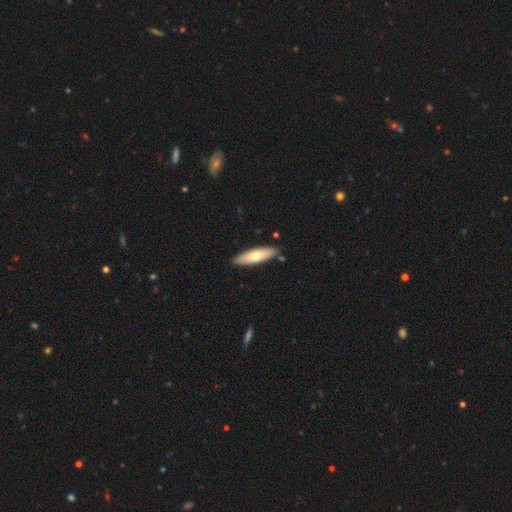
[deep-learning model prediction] A smooth galaxy with no disk features (67%) that is cigar-shaped (58%). Merging: none (86%).